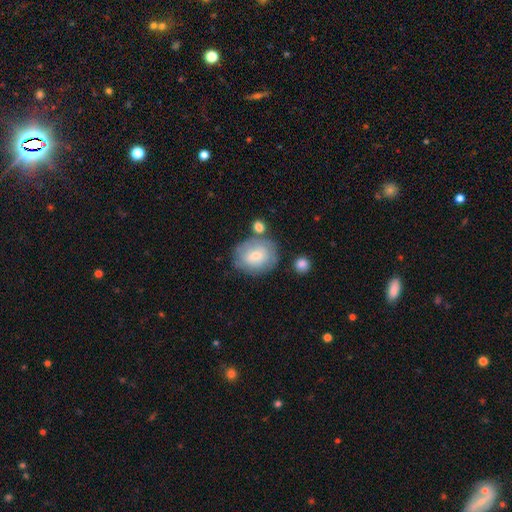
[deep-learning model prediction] Overall: smooth (63%; featured or disk 30%). How rounded: round (59%; in between 40%). Merging: none (61%).